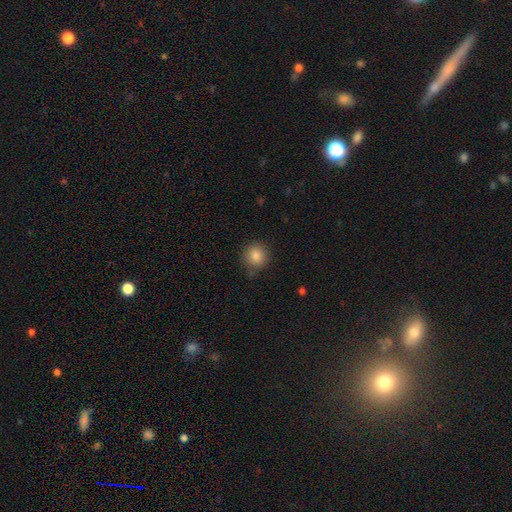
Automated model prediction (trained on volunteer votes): Smooth or featured? Predicted: smooth (p=0.85). How rounded? Predicted: round (p=0.90). Merging? Predicted: none (p=0.82).